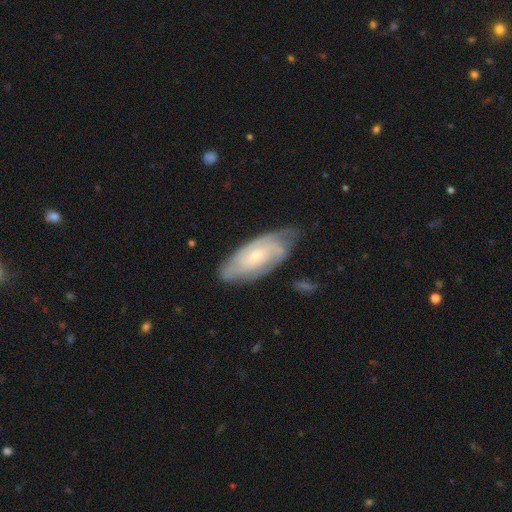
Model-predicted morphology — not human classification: Overall: featured or disk (77%). Edge-on disk: no (91%). Bar: no (68%). Spiral arms: yes (92%). Spiral arm count: can't tell (40%; 2 25%). Spiral winding: tight (63%; medium 30%). Bulge size: small (68%). Merging: none (68%).